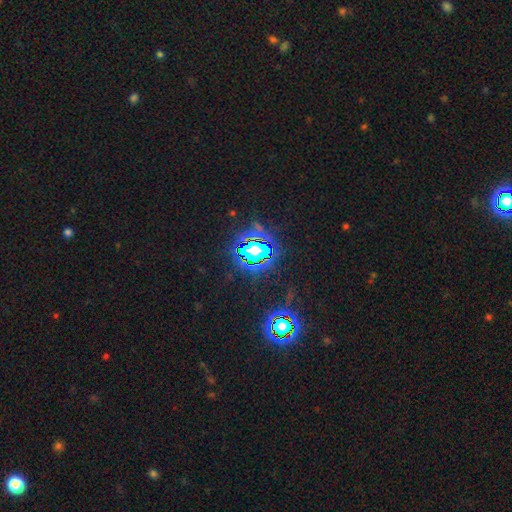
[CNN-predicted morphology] Smooth or featured?
  - star or artifact: 84% *
  - smooth: 9%
  - featured or disk: 7%